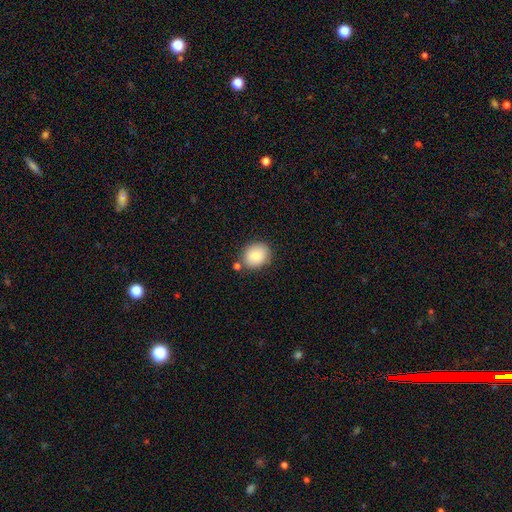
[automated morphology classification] type=smooth (83%); roundness=round (64%); merging=none (77%).